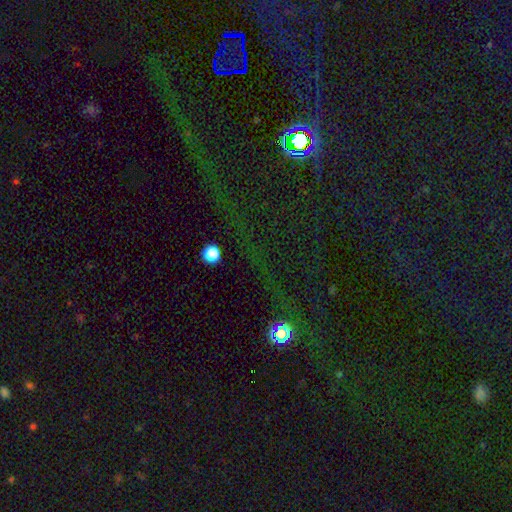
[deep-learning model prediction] Smooth or featured: star or artifact — 77% (smooth — 13%)